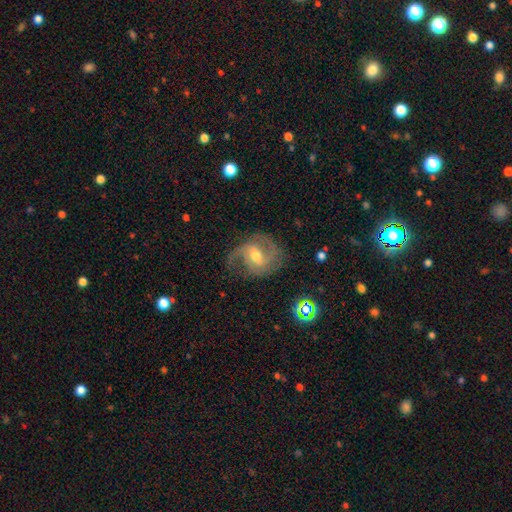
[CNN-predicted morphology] Smooth or featured?
  - featured or disk: 84% *
  - smooth: 9%
  - star or artifact: 7%
Edge-on disk?
  - no: 97% *
  - yes: 3%
Bar?
  - weak: 52% *
  - no: 27%
  - strong: 22%
Spiral arms?
  - yes: 96% *
  - no: 4%
Spiral winding?
  - medium: 51% *
  - tight: 26%
  - loose: 24%
Spiral arm count?
  - 2: 65% *
  - 3: 15%
  - can't tell: 10%
  - 1: 5%
  - 4: 3%
  - more than 4: 2%
Bulge size?
  - moderate: 65% *
  - small: 29%
  - large: 4%
  - none: 1%
  - dominant: 1%
Merging?
  - none: 70% *
  - minor disturbance: 19%
  - major disturbance: 10%
  - merger: 1%